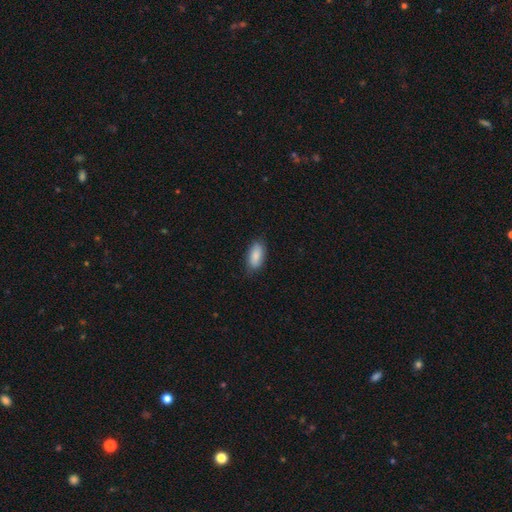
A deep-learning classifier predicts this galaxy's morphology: Q: Smooth or featured?
A: smooth (87%); runner-up: featured or disk (7%)
Q: How rounded?
A: in between (88%); runner-up: cigar-shaped (9%)
Q: Merging?
A: none (82%); runner-up: minor disturbance (14%)